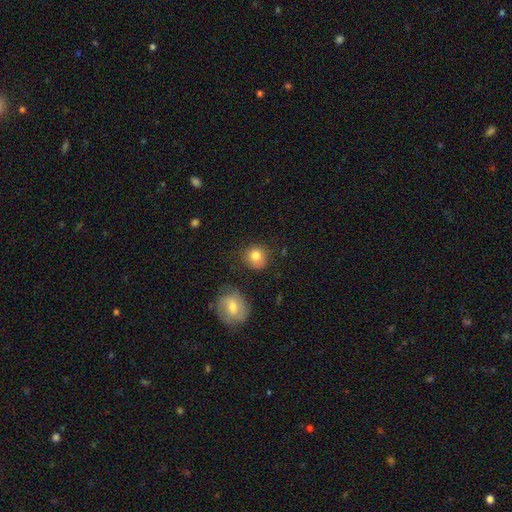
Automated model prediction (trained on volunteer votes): smooth_or_featured: smooth (p=0.81) [alt: featured or disk p=0.10]
how_rounded: round (p=0.81) [alt: in between p=0.18]
merging: none (p=0.70) [alt: minor disturbance p=0.19]